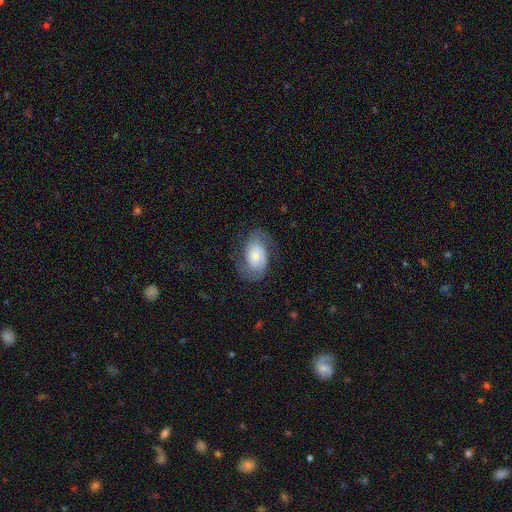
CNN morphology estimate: Smooth or featured?
  - featured or disk: 64% *
  - smooth: 28%
  - star or artifact: 7%
Edge-on disk?
  - no: 97% *
  - yes: 3%
Bar?
  - no: 67% *
  - weak: 27%
  - strong: 6%
Spiral arms?
  - yes: 91% *
  - no: 9%
Spiral winding?
  - medium: 42% *
  - tight: 40%
  - loose: 18%
Spiral arm count?
  - 2: 75% *
  - can't tell: 12%
  - 1: 7%
  - 3: 3%
  - 4: 1%
  - more than 4: 1%
Bulge size?
  - small: 41% *
  - moderate: 35%
  - large: 12%
  - none: 8%
  - dominant: 3%
Merging?
  - none: 63% *
  - minor disturbance: 22%
  - major disturbance: 14%
  - merger: 1%